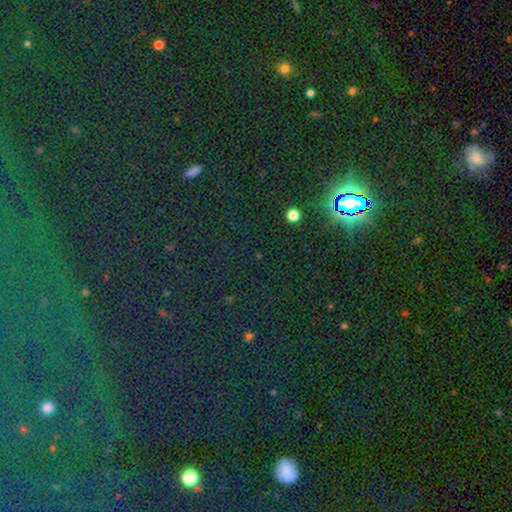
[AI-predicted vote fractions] This appears to be a star or artifact, not a galaxy (80%).